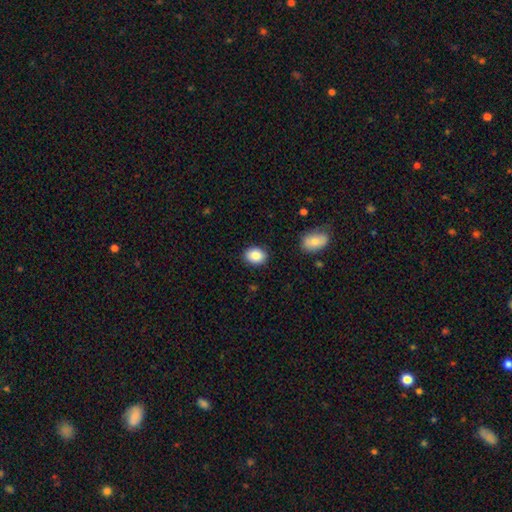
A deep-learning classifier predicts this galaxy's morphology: Q: Smooth or featured?
A: smooth (87%); runner-up: star or artifact (8%)
Q: How rounded?
A: in between (63%); runner-up: round (36%)
Q: Merging?
A: none (88%); runner-up: minor disturbance (8%)